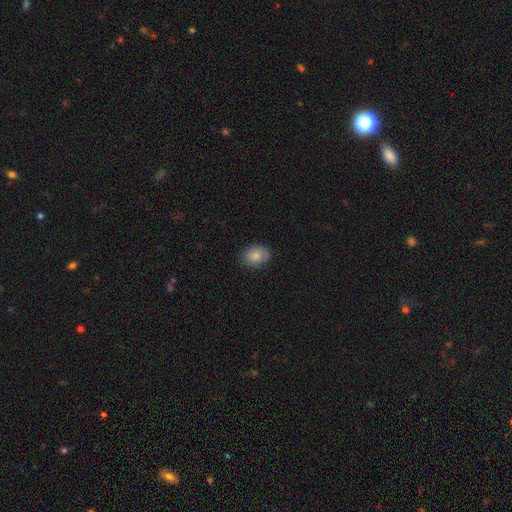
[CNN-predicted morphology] This is clearly a smooth galaxy (84%). How rounded: possibly in between (59%). Merging: clearly none (83%).